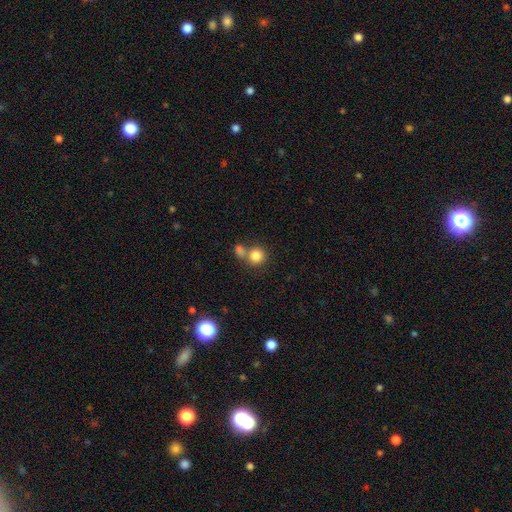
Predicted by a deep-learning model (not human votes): The model was most divided on "merging": none: 53%, merger: 36%, minor disturbance: 8%, major disturbance: 3%. More confident: how rounded — round (88%); smooth or featured — smooth (83%).